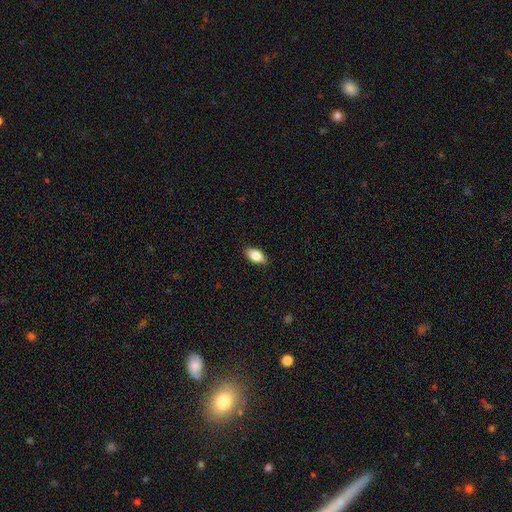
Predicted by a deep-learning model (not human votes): smooth-or-featured: smooth: 83% | featured or disk: 10% | star or artifact: 7%
  how-rounded: in between: 90% | round: 6% | cigar-shaped: 4%
  merging: none: 88% | minor disturbance: 9% | major disturbance: 2% | merger: 1%